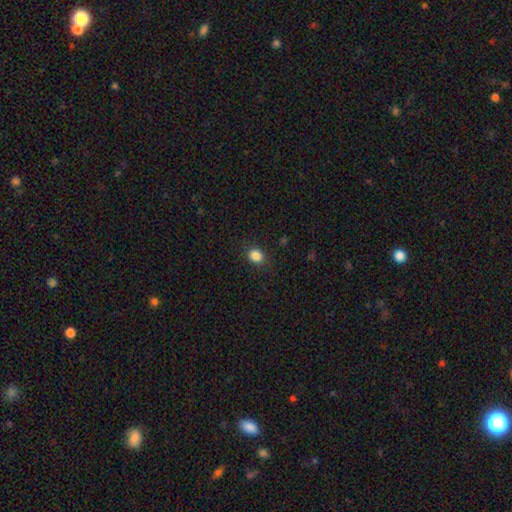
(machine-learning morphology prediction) This appears to be a smooth galaxy with no disk features (85%) that is round (57%). Merging: none (88%).